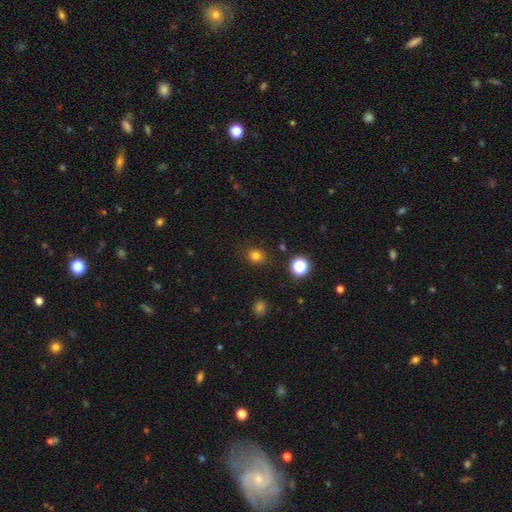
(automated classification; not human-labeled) smooth 79%, star or artifact 16%, featured or disk 5%. Down the decision tree: how rounded — round (69%); merging — none (86%).